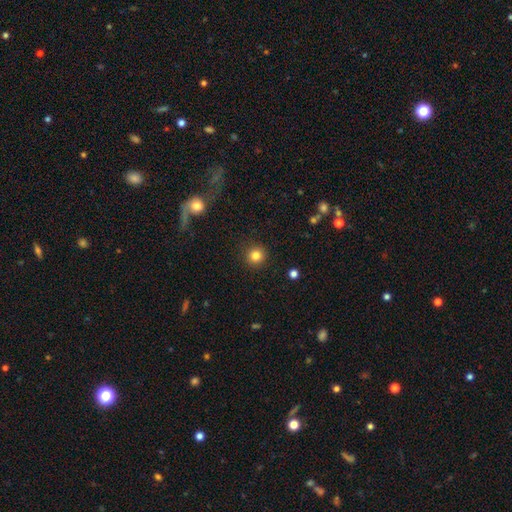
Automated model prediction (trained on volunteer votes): Smooth or featured?
  - smooth: 83% *
  - star or artifact: 12%
  - featured or disk: 5%
How rounded?
  - round: 94% *
  - in between: 5%
  - cigar-shaped: 1%
Merging?
  - none: 92% *
  - minor disturbance: 5%
  - major disturbance: 2%
  - merger: 1%